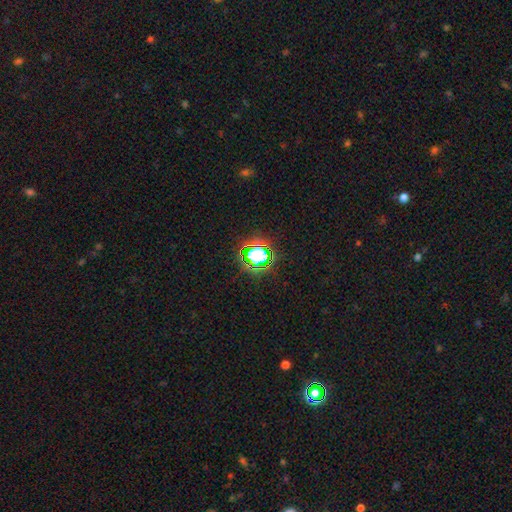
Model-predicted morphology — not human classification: A star or artifact, not a galaxy (60%).

Vote fractions:
- Smooth or featured? star or artifact: 60% / smooth: 28% / featured or disk: 12%